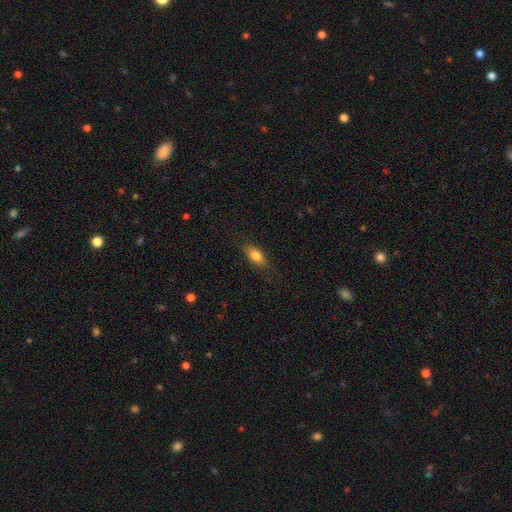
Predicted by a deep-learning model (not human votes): smooth_or_featured: smooth (p=0.80) [alt: featured or disk p=0.12]
how_rounded: in between (p=0.80) [alt: cigar-shaped p=0.13]
merging: none (p=0.82) [alt: minor disturbance p=0.14]